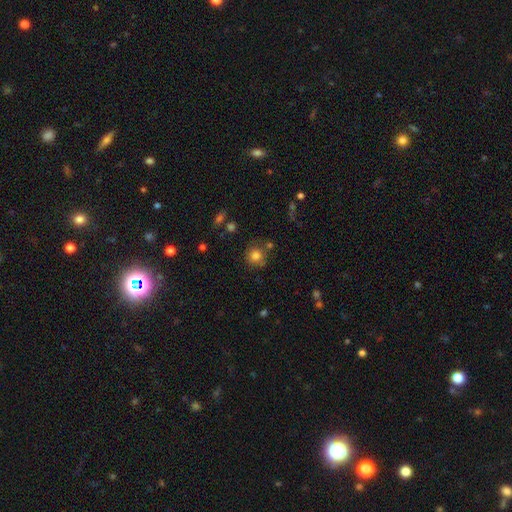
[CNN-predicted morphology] Overall: smooth (79%). How rounded: round (90%). Merging: none (73%).